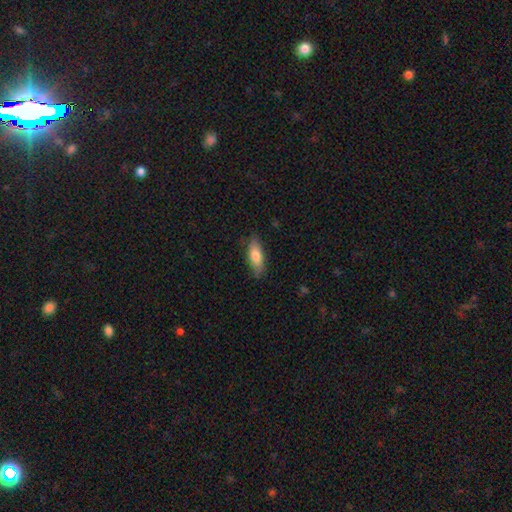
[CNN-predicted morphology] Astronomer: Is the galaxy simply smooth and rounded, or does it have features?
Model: smooth — 77%.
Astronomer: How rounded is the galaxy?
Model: in between — 68%.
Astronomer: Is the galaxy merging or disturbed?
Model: none — 81%.